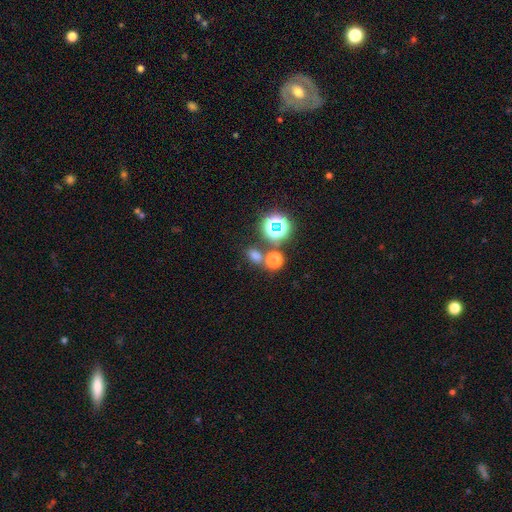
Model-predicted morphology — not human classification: The model was most divided on "how rounded": in between: 53%, round: 45%, cigar-shaped: 2%. More confident: merging — none (65%); smooth or featured — smooth (64%).